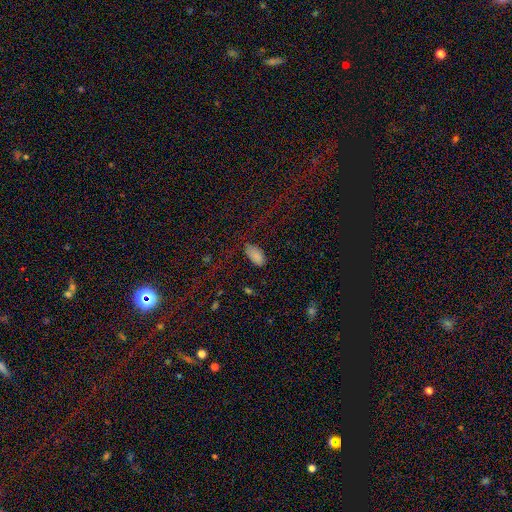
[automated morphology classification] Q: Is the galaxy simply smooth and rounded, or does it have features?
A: smooth — 83%.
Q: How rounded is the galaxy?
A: in between — 94%.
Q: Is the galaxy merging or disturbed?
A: none — 71%.